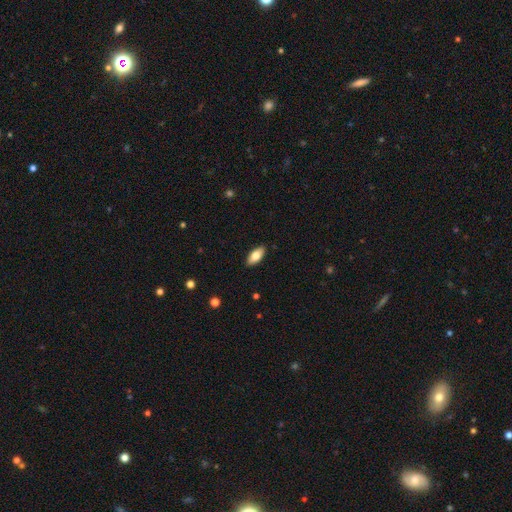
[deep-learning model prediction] A smooth galaxy with no disk features (76%) that is in between round and cigar-shaped (86%). Merging: none (89%).